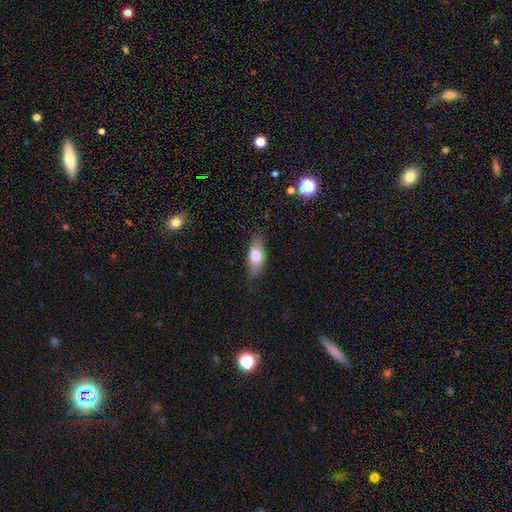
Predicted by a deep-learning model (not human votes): Smooth or featured? smooth (72%)
How rounded? in between (74%)
Merging? none (82%)